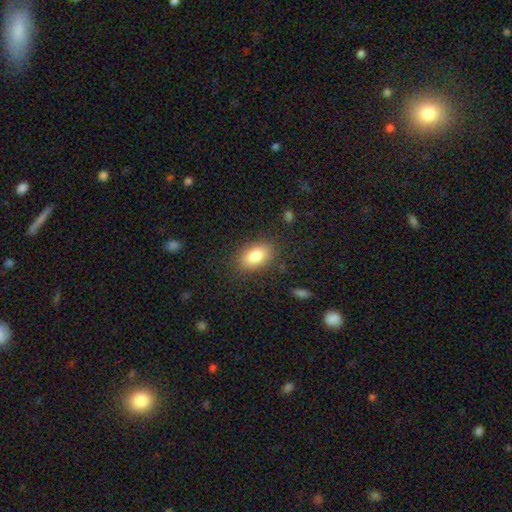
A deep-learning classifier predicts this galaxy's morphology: A smooth galaxy with no disk features (84%) that is in between round and cigar-shaped (90%).

Vote fractions:
- Smooth or featured? smooth: 84% / featured or disk: 8% / star or artifact: 8%
- How rounded? in between: 90% / round: 7% / cigar-shaped: 2%
- Merging? none: 83% / minor disturbance: 11% / major disturbance: 4% / merger: 1%